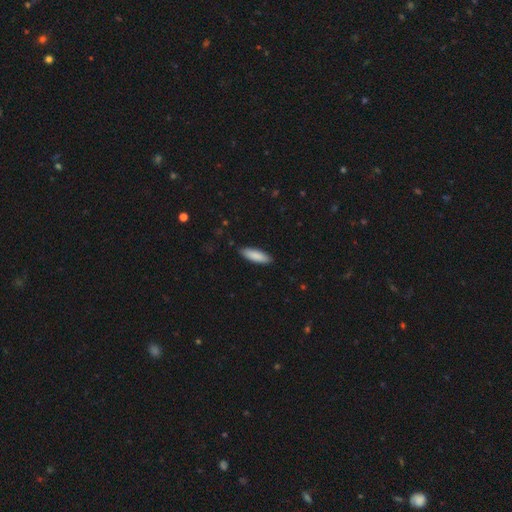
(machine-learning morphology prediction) Smooth or featured?
  - smooth: 88% *
  - featured or disk: 6%
  - star or artifact: 5%
How rounded?
  - in between: 50% *
  - cigar-shaped: 48%
  - round: 1%
Merging?
  - none: 88% *
  - minor disturbance: 9%
  - major disturbance: 2%
  - merger: 1%